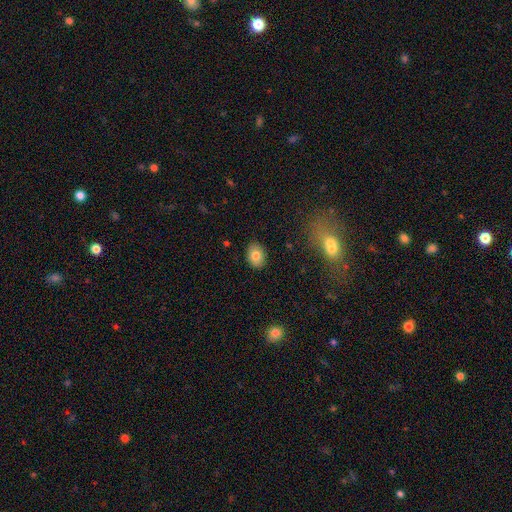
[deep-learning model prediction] smooth-or-featured: smooth: 81% | featured or disk: 10% | star or artifact: 8%
  how-rounded: in between: 72% | round: 27% | cigar-shaped: 1%
  merging: none: 88% | minor disturbance: 9% | major disturbance: 2% | merger: 1%